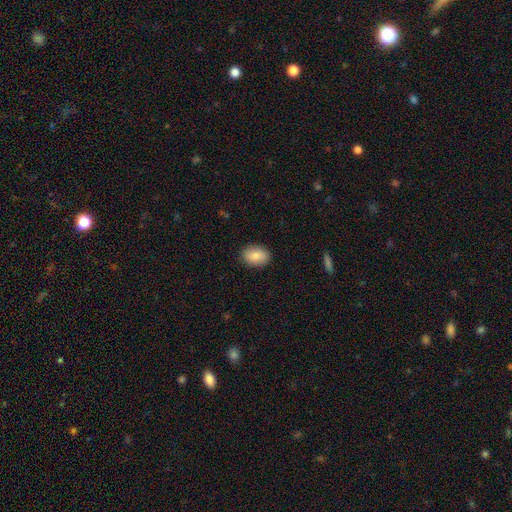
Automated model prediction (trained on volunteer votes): The model was most divided on "how rounded": in between: 81%, round: 17%, cigar-shaped: 1%. More confident: merging — none (89%); smooth or featured — smooth (86%).